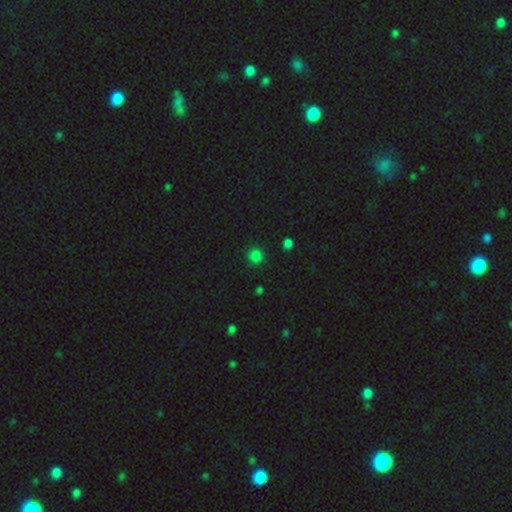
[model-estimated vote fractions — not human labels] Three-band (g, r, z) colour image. It shows a smooth galaxy with no disk features (80%) that is round (93%). Merging: none (89%).